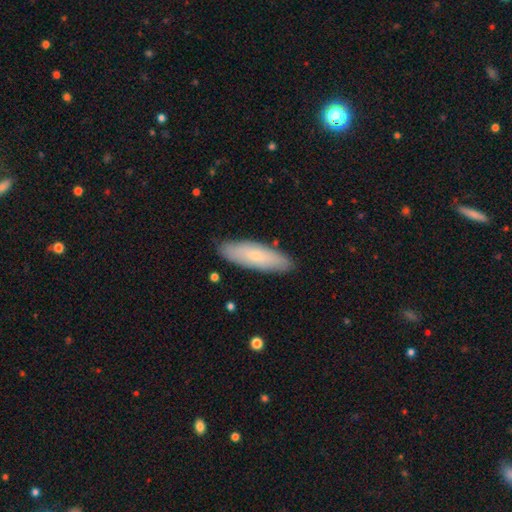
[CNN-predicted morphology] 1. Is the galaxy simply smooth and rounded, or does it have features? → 68% smooth, 26% featured or disk, 6% star or artifact.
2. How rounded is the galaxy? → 55% cigar-shaped, 43% in between, 2% round.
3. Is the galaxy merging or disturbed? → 87% none, 10% minor disturbance, 2% major disturbance, 1% merger.